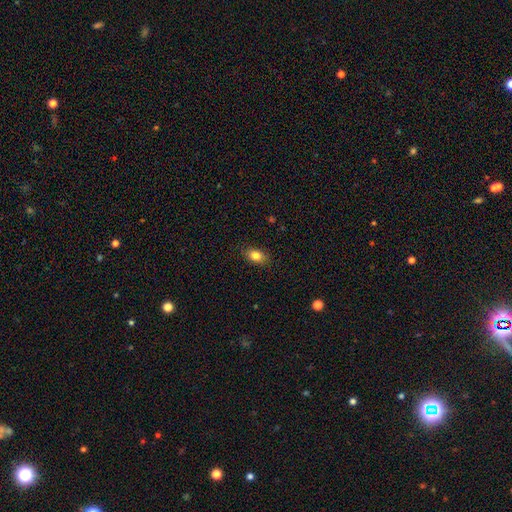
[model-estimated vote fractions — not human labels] smooth 83%, star or artifact 9%, featured or disk 8%. Down the decision tree: how rounded — in between (81%); merging — none (86%).